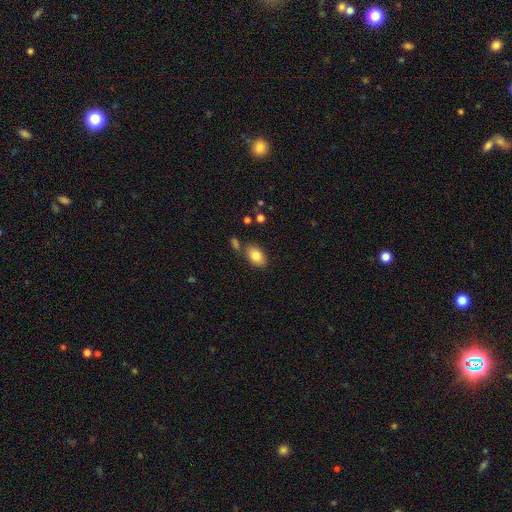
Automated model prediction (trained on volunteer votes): Smooth or featured? smooth (82%)
How rounded? in between (90%)
Merging? none (74%)